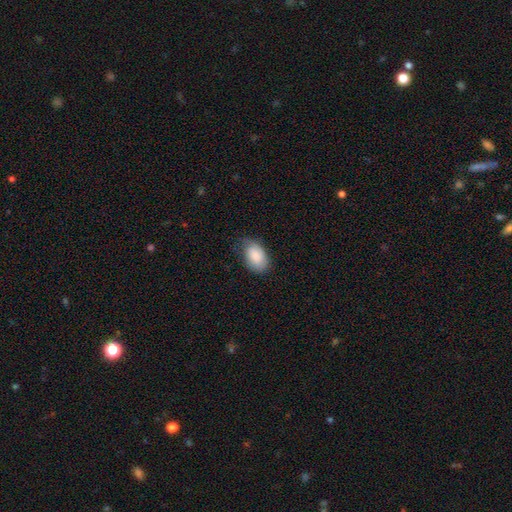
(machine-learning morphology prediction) smooth 86%, featured or disk 9%, star or artifact 6%. Down the decision tree: how rounded — in between (92%); merging — none (67%).